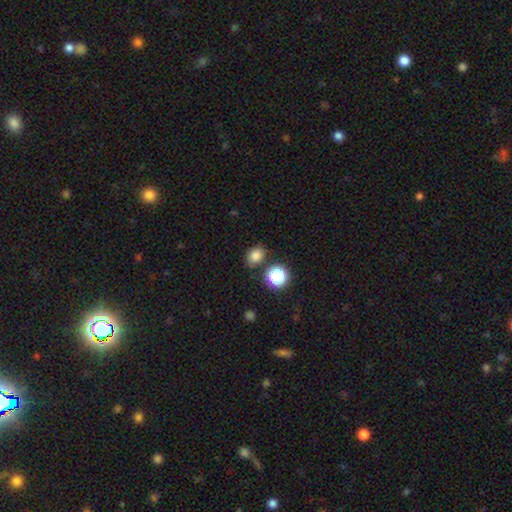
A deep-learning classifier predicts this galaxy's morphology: The model was most divided on "how rounded": in between: 51%, round: 48%, cigar-shaped: 1%. More confident: smooth or featured — smooth (80%); merging — none (75%).